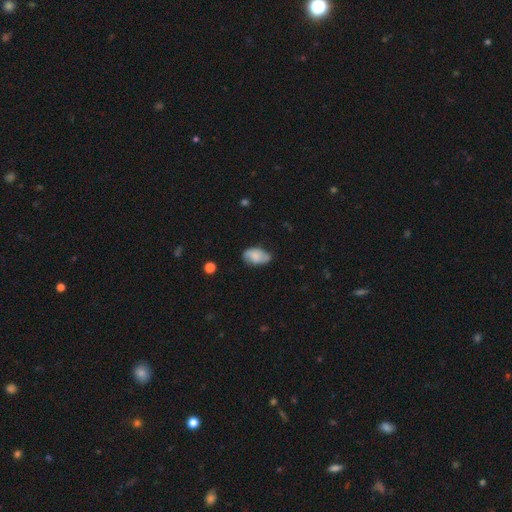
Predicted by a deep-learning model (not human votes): A smooth galaxy with no disk features (69%) that is in between round and cigar-shaped (92%). Merging: none (65%).